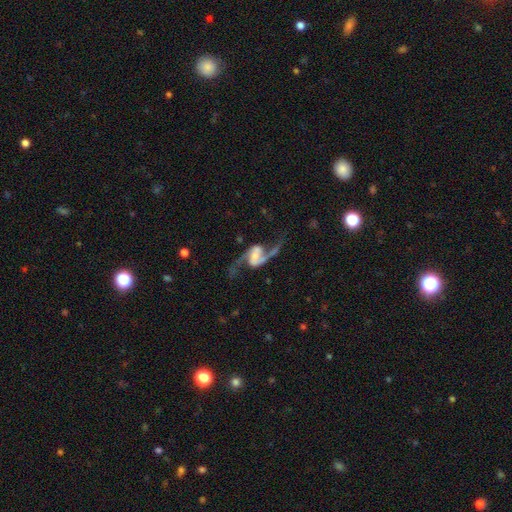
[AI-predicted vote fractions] Morphology: type=featured or disk (90%); edge-on=no (98%); bar=weak (39%); spiral arms=yes (97%); winding=loose (74%); arm count=2 (94%); bulge=small (43%); merging=none (69%).